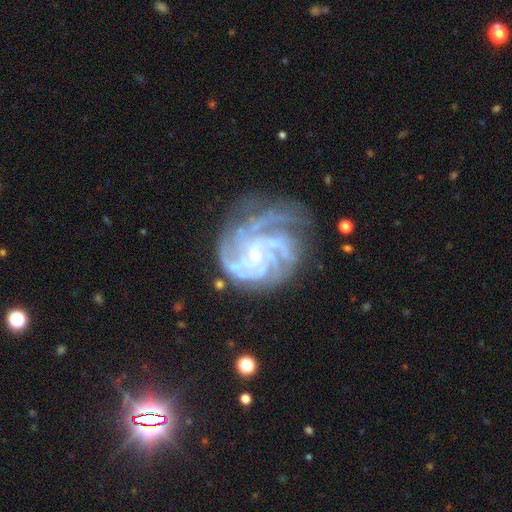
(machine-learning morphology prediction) A featured or disk galaxy (88%) with no bar (65%), 4 (33%) tight (60%) spiral arms (97%) and a small central bulge (73%). Merging: none (58%).